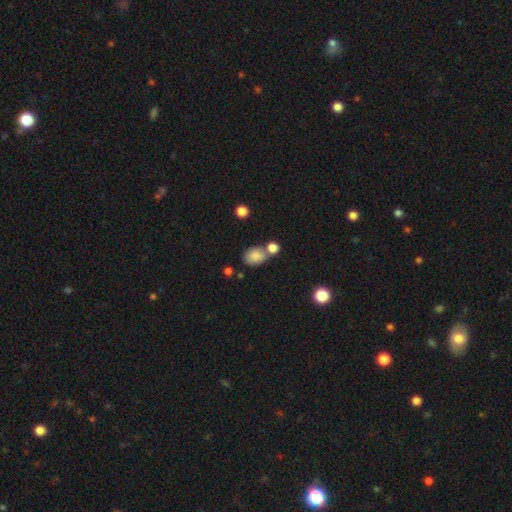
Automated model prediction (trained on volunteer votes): smooth-or-featured: smooth: 83% | star or artifact: 9% | featured or disk: 8%
  how-rounded: in between: 65% | round: 34% | cigar-shaped: 1%
  merging: none: 54% | merger: 29% | minor disturbance: 13% | major disturbance: 4%